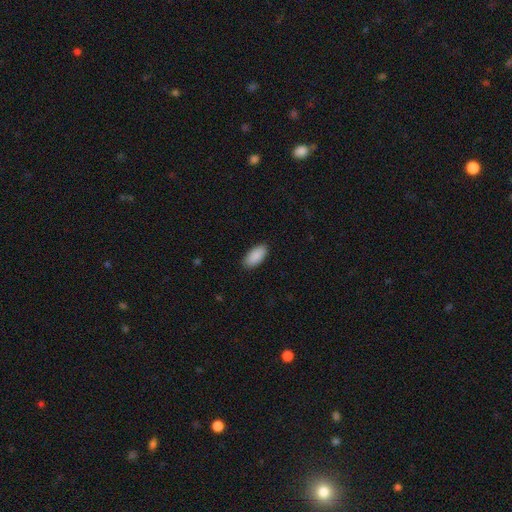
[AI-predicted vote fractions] smooth-or-featured: smooth: 91% | star or artifact: 6% | featured or disk: 3%
  how-rounded: in between: 92% | cigar-shaped: 6% | round: 2%
  merging: none: 89% | minor disturbance: 8% | major disturbance: 2% | merger: 1%